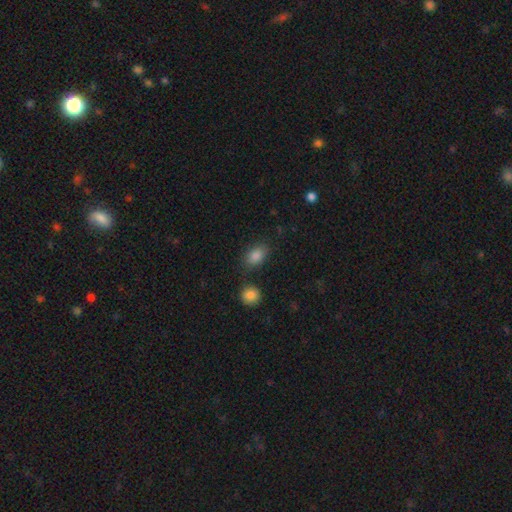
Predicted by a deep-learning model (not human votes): Q: Smooth or featured?
A: smooth (86%); runner-up: star or artifact (9%)
Q: How rounded?
A: in between (84%); runner-up: round (14%)
Q: Merging?
A: none (75%); runner-up: minor disturbance (14%)